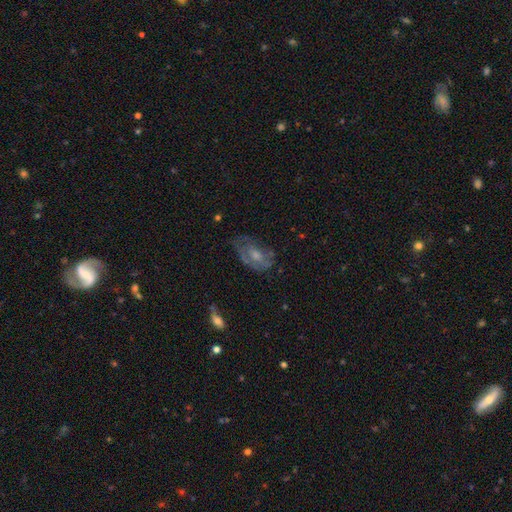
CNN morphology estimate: smooth_or_featured: featured or disk (p=0.59) [alt: smooth p=0.32]
disk_edge_on: no (p=0.93) [alt: yes p=0.07]
bar: no (p=0.73) [alt: weak p=0.23]
has_spiral_arms: yes (p=0.53) [alt: no p=0.47]
bulge_size: moderate (p=0.50) [alt: small p=0.35]
merging: none (p=0.50) [alt: minor disturbance p=0.27]